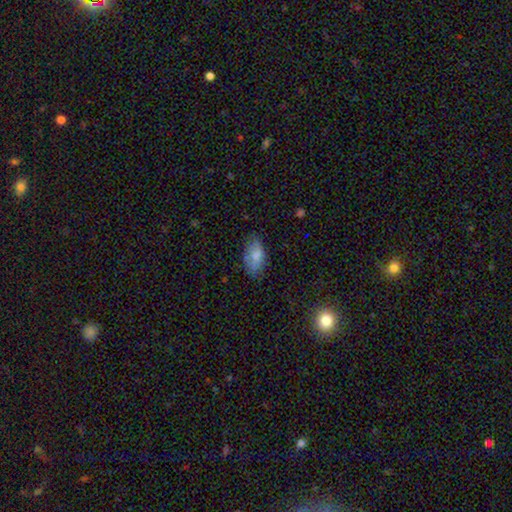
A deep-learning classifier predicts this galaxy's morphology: This is likely a smooth galaxy (78%). How rounded: clearly in between (93%). Merging: likely none (69%).